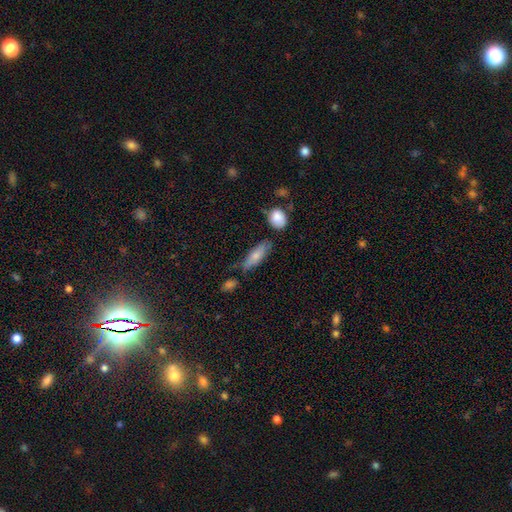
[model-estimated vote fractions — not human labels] Overall: smooth (70%). How rounded: in between (54%; cigar-shaped 44%). Merging: none (59%; minor disturbance 26%).